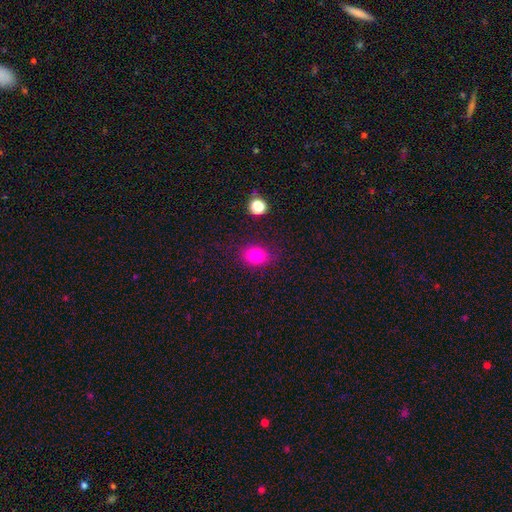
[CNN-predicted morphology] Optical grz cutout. It shows a smooth galaxy with no disk features (80%) that is in between round and cigar-shaped (63%). Merging: none (82%).